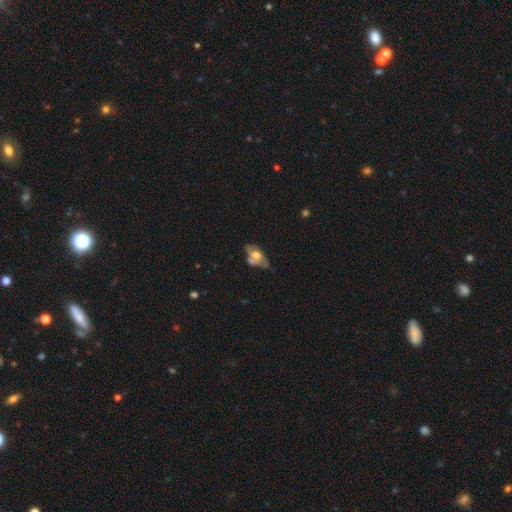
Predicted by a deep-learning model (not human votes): This is possibly a featured or disk galaxy (49%). Merging: marginally none (30%).